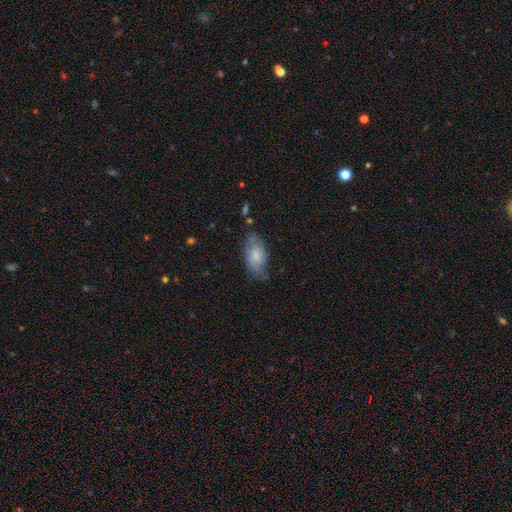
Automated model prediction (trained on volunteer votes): Smooth or featured? Predicted: smooth (p=0.67). How rounded? Predicted: in between (p=0.92). Merging? Predicted: none (p=0.60).